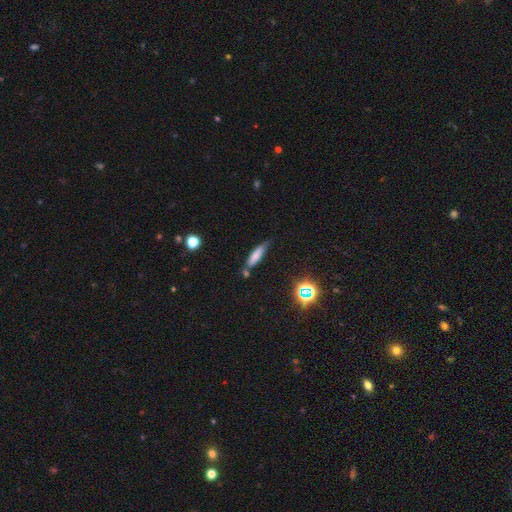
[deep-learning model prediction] smooth_or_featured: smooth (p=0.69) [alt: featured or disk p=0.18]
how_rounded: cigar-shaped (p=0.70) [alt: in between p=0.27]
merging: none (p=0.60) [alt: minor disturbance p=0.24]